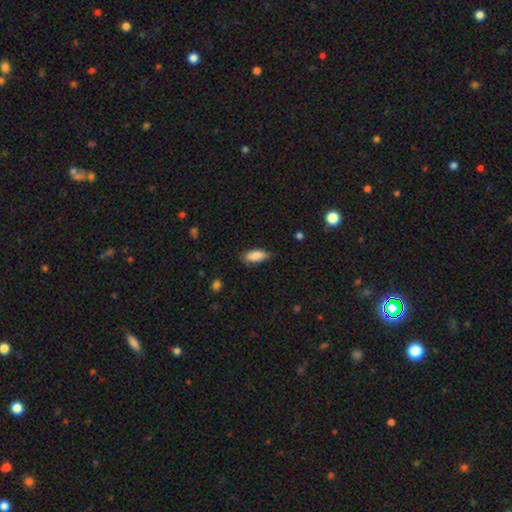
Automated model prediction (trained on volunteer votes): smooth 87%, featured or disk 7%, star or artifact 6%. Down the decision tree: how rounded — in between (85%); merging — none (76%).